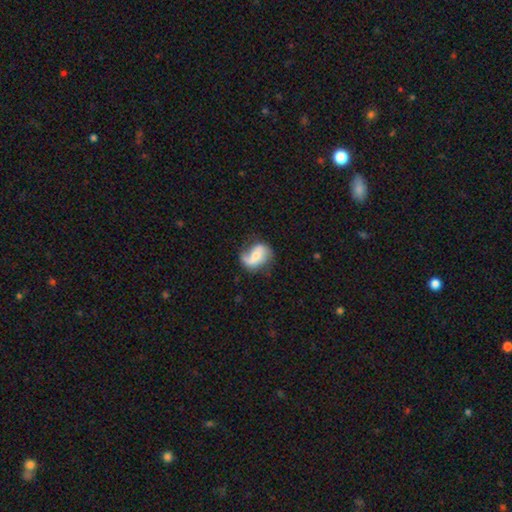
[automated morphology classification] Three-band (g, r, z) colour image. It shows a featured or disk galaxy (64%) with no bar (42%), 2 (68%) loose (56%) spiral arms (88%) and a moderate central bulge (43%). Merging: none (56%).